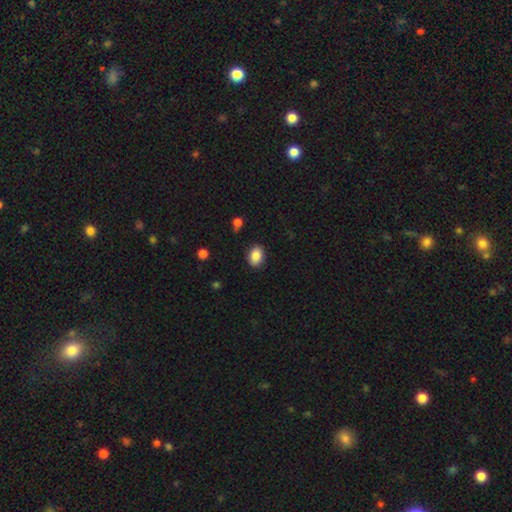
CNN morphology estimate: Q: Smooth or featured?
A: smooth (87%); runner-up: star or artifact (8%)
Q: How rounded?
A: in between (75%); runner-up: round (23%)
Q: Merging?
A: none (87%); runner-up: minor disturbance (10%)